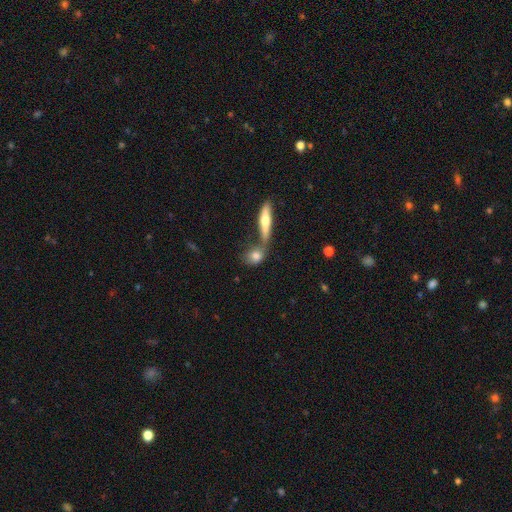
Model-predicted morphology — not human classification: Smooth or featured: smooth — 72% (featured or disk — 20%)
How rounded: in between — 47% (round — 40%)
Merging: none — 45% (merger — 38%)